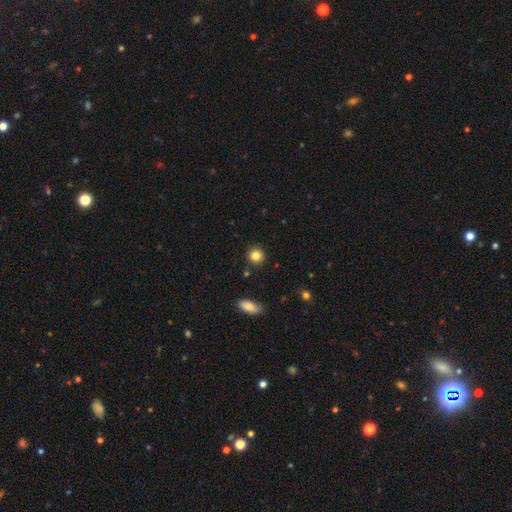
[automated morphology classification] This appears to be a smooth galaxy with no disk features (85%) that is round (90%). Merging: none (89%).